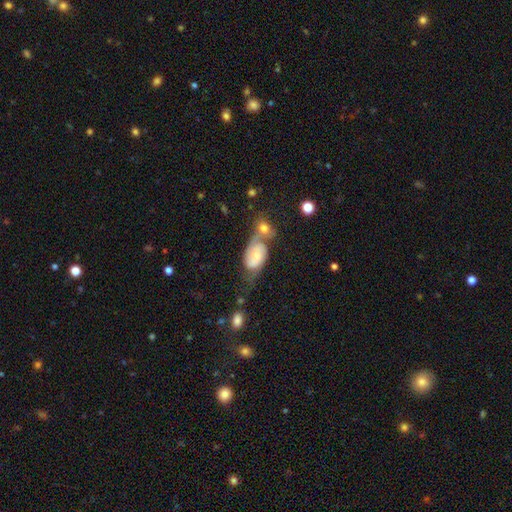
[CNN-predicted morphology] The model was most divided on "smooth or featured": featured or disk: 56%, smooth: 36%, star or artifact: 8%. Remaining: edge-on disk — no (96%); spiral arms — yes (87%); bar — no (61%); bulge size — small (51%); merging — merger (45%).